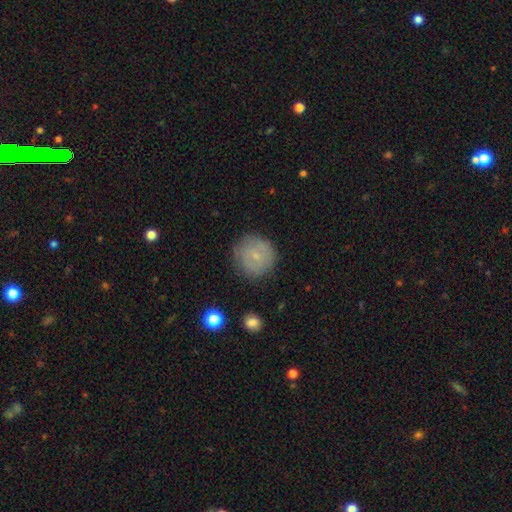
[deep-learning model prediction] smooth-or-featured: smooth: 67% | featured or disk: 23% | star or artifact: 9%
  how-rounded: round: 91% | in between: 8% | cigar-shaped: 1%
  merging: none: 80% | minor disturbance: 14% | major disturbance: 4% | merger: 2%